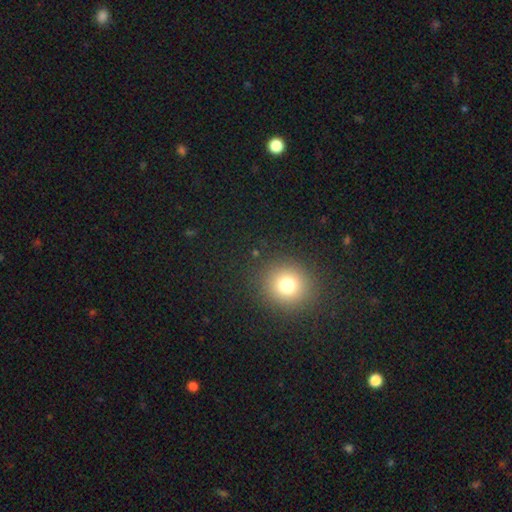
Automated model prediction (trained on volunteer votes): Smooth or featured? Predicted: smooth (p=0.72). How rounded? Predicted: round (p=0.89). Merging? Predicted: none (p=0.93).